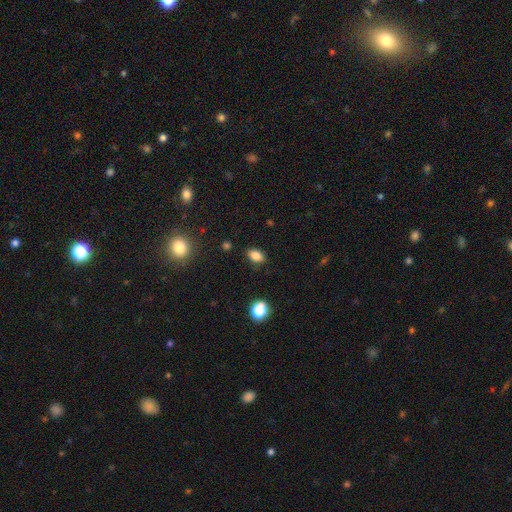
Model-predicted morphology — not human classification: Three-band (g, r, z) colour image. It shows a smooth galaxy with no disk features (84%) that is in between round and cigar-shaped (84%). Merging: none (86%).